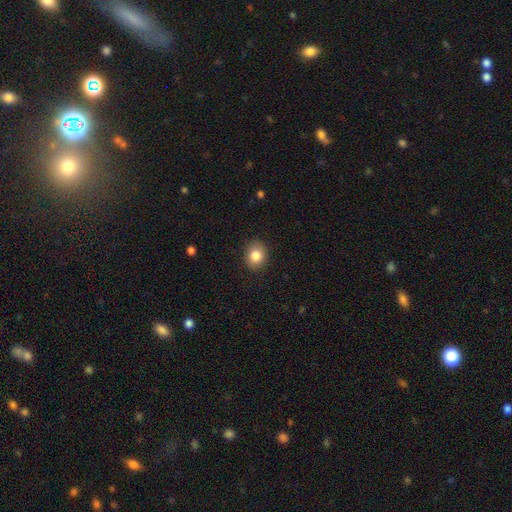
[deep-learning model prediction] This appears to be a smooth galaxy with no disk features (84%) that is round (63%). Merging: none (88%).